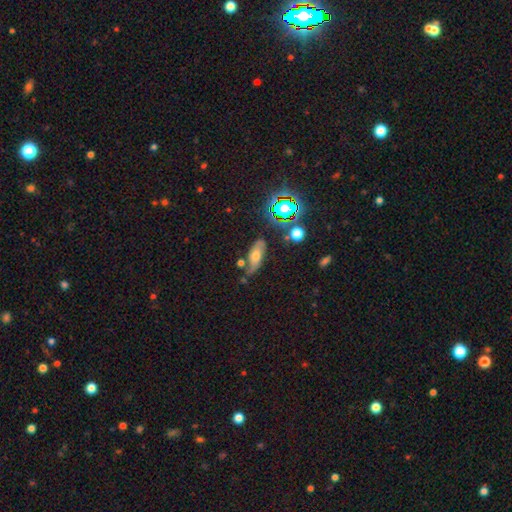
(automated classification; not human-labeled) smooth 49%, featured or disk 35%, star or artifact 16%. Down the decision tree: merging — none (54%).